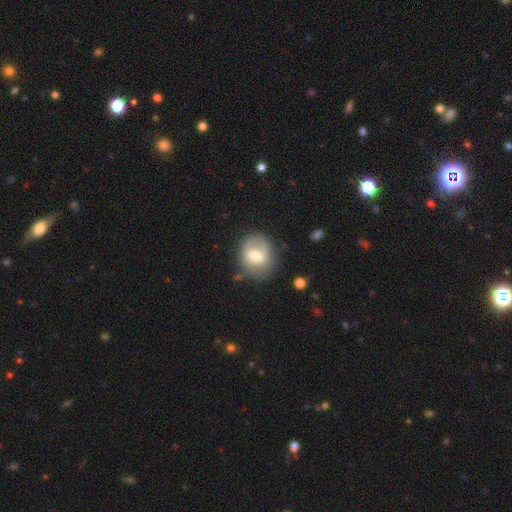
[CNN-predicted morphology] Smooth or featured? Predicted: smooth (p=0.49). Merging? Predicted: none (p=0.58).